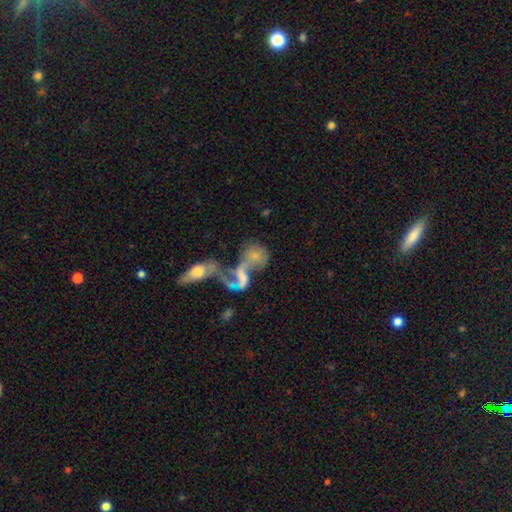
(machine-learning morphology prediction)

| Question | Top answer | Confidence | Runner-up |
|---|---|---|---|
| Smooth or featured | smooth | 49% | featured or disk (38%) |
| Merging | merger | 75% | major disturbance (11%) |